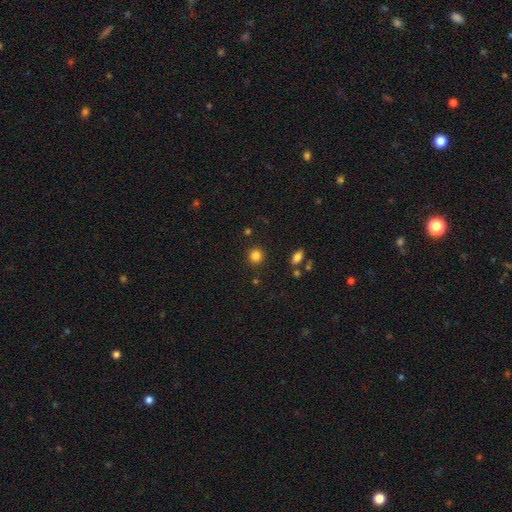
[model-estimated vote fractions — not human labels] Smooth or featured: smooth — 84% (star or artifact — 12%)
How rounded: round — 91% (in between — 8%)
Merging: none — 89% (minor disturbance — 6%)